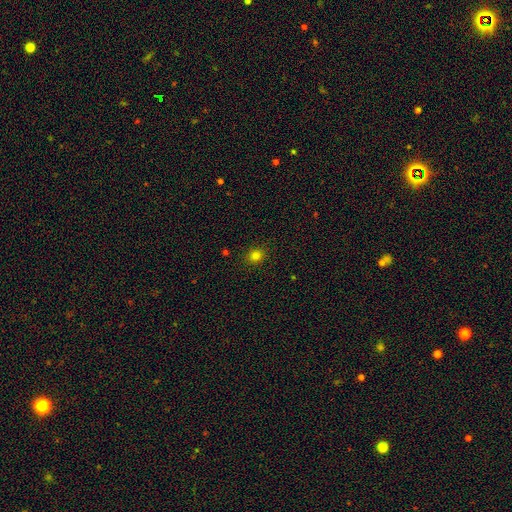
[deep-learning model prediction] Overall: smooth (79%). How rounded: round (80%). Merging: none (90%).